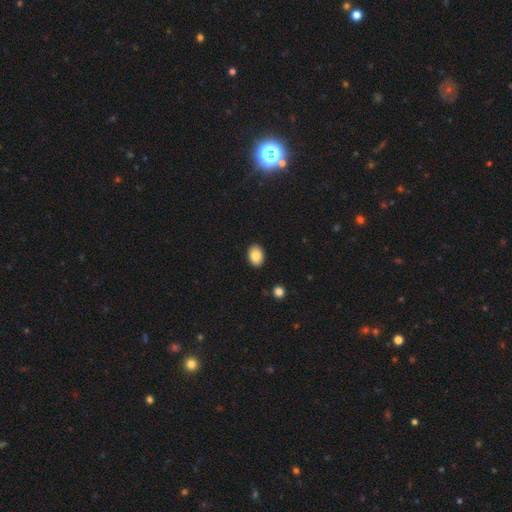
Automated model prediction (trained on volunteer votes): The model was most divided on "how rounded": in between: 78%, round: 21%, cigar-shaped: 1%. More confident: merging — none (90%); smooth or featured — smooth (84%).